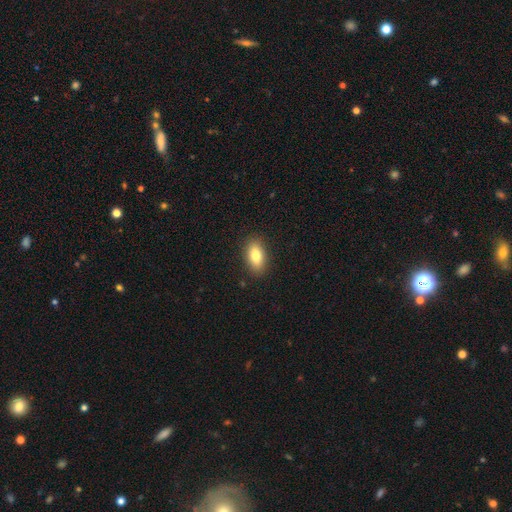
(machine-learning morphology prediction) Overall: smooth (80%). How rounded: in between (87%). Merging: none (88%).